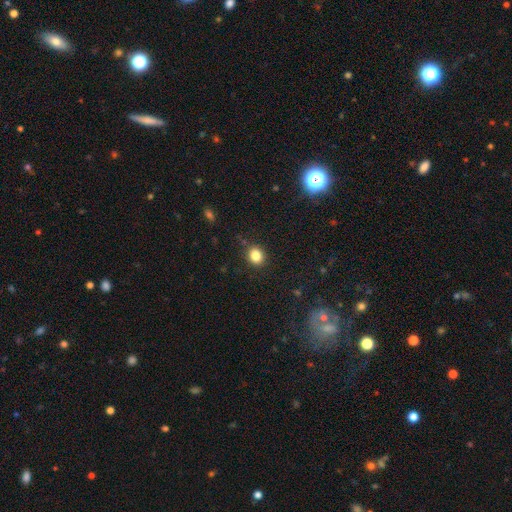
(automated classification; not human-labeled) Smooth or featured? smooth (84%)
How rounded? round (70%)
Merging? none (88%)